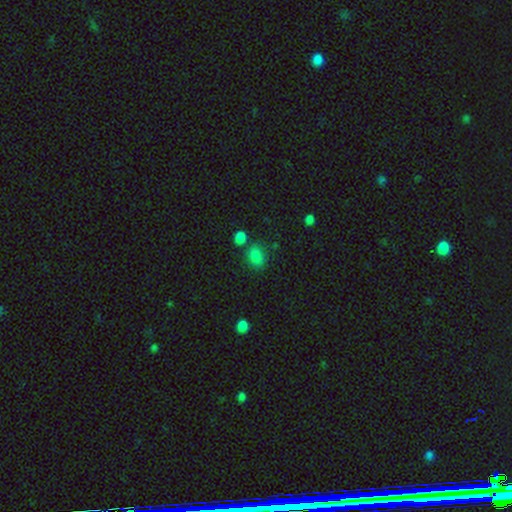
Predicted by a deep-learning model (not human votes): Smooth or featured?
  - smooth: 83% *
  - star or artifact: 12%
  - featured or disk: 5%
How rounded?
  - in between: 57% *
  - round: 42%
  - cigar-shaped: 1%
Merging?
  - none: 69% *
  - minor disturbance: 16%
  - merger: 11%
  - major disturbance: 5%